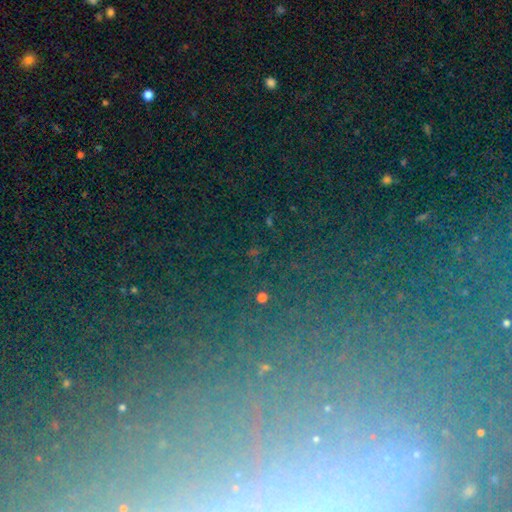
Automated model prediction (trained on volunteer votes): star or artifact 66%, smooth 18%, featured or disk 16%.